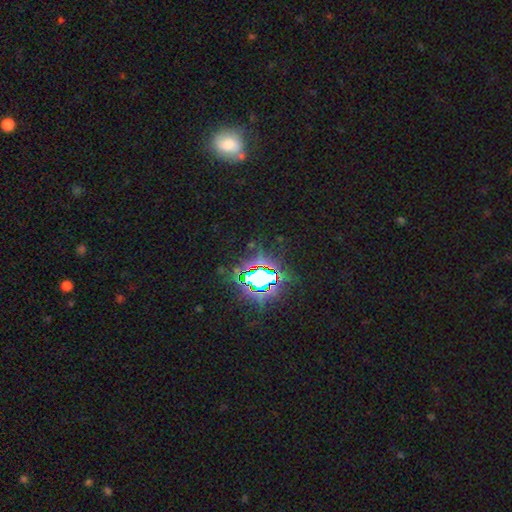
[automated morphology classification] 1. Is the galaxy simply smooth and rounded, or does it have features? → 81% star or artifact, 11% smooth, 8% featured or disk.